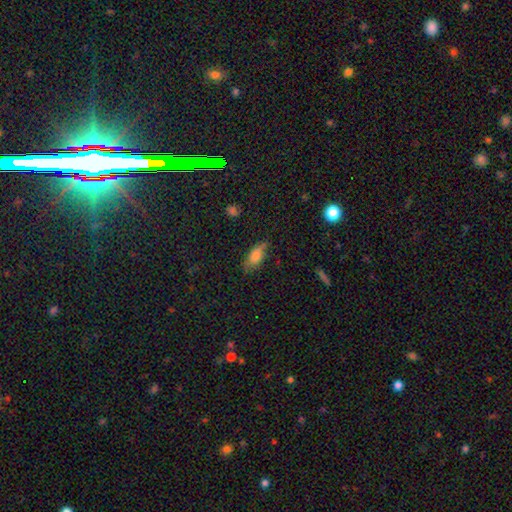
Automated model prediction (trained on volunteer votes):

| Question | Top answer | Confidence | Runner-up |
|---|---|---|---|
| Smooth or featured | smooth | 74% | featured or disk (16%) |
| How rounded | in between | 82% | cigar-shaped (14%) |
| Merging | none | 64% | minor disturbance (27%) |